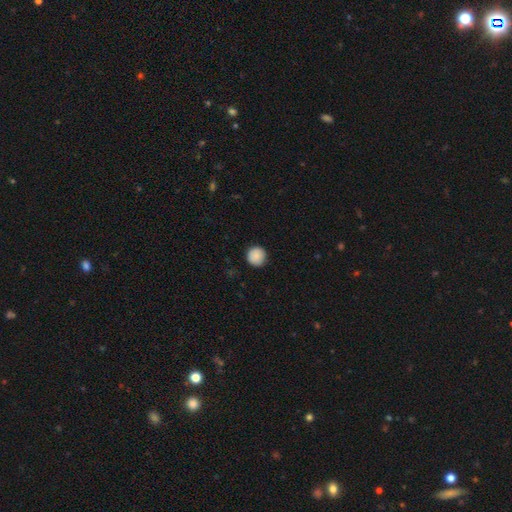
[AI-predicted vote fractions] Morphology: type=smooth (89%); roundness=round (95%); merging=none (91%).